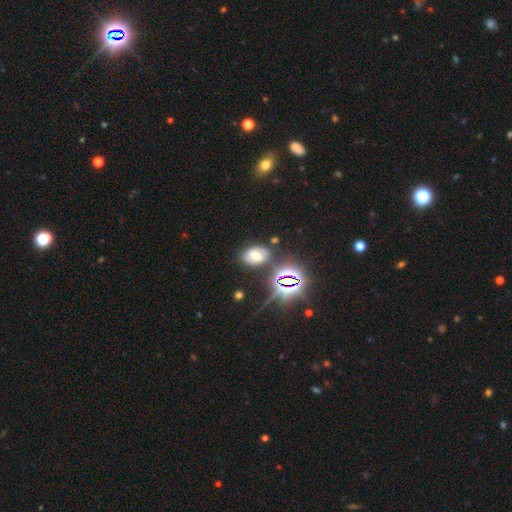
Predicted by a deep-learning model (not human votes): This is possibly a smooth galaxy (49%). Merging: likely none (74%).